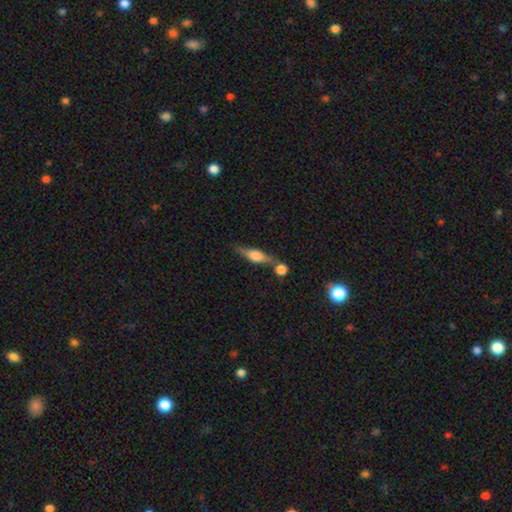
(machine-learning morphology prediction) This is likely a featured or disk galaxy (60%). It is clearly viewed edge-on (92%). Edge-on bulge: clearly rounded (82%). Merging: possibly none (57%).